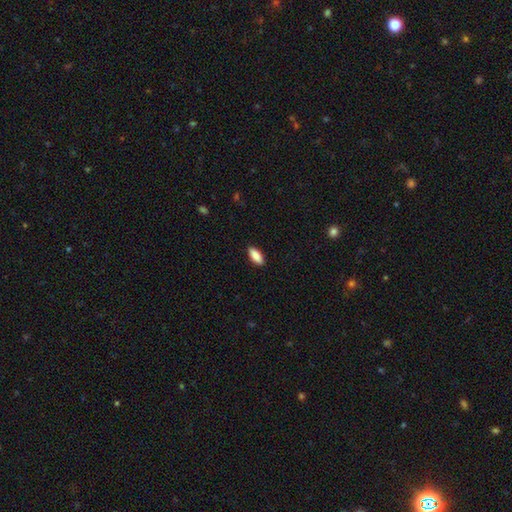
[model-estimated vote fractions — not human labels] A smooth galaxy with no disk features (89%) that is in between round and cigar-shaped (84%).

Vote fractions:
- Smooth or featured? smooth: 89% / star or artifact: 6% / featured or disk: 5%
- How rounded? in between: 84% / cigar-shaped: 14% / round: 2%
- Merging? none: 89% / minor disturbance: 8% / major disturbance: 2% / merger: 1%